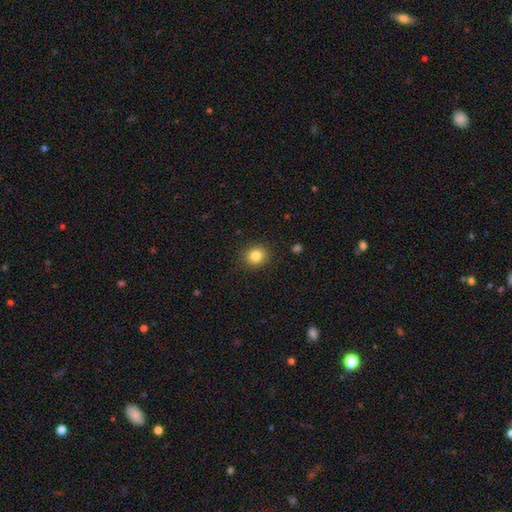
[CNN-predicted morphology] This is clearly a smooth galaxy (83%). How rounded: clearly round (86%). Merging: clearly none (90%).